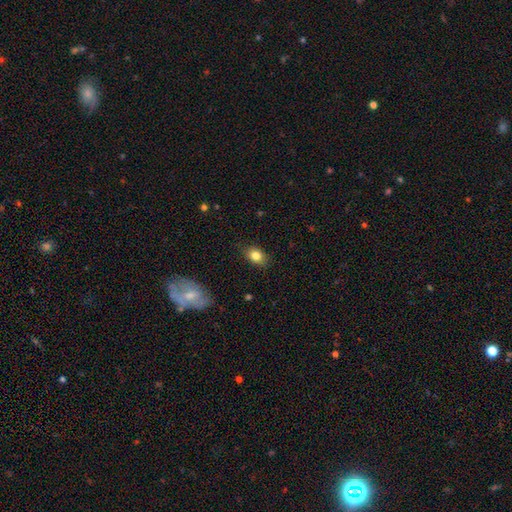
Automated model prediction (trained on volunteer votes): Smooth or featured?
  - smooth: 83% *
  - star or artifact: 9%
  - featured or disk: 8%
How rounded?
  - in between: 72% *
  - round: 26%
  - cigar-shaped: 2%
Merging?
  - none: 83% *
  - minor disturbance: 13%
  - major disturbance: 3%
  - merger: 1%